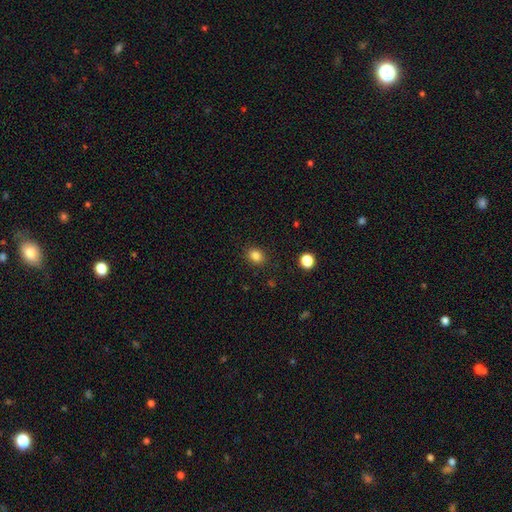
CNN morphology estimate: smooth_or_featured: smooth (p=0.83) [alt: star or artifact p=0.11]
how_rounded: round (p=0.52) [alt: in between p=0.47]
merging: none (p=0.88) [alt: minor disturbance p=0.08]